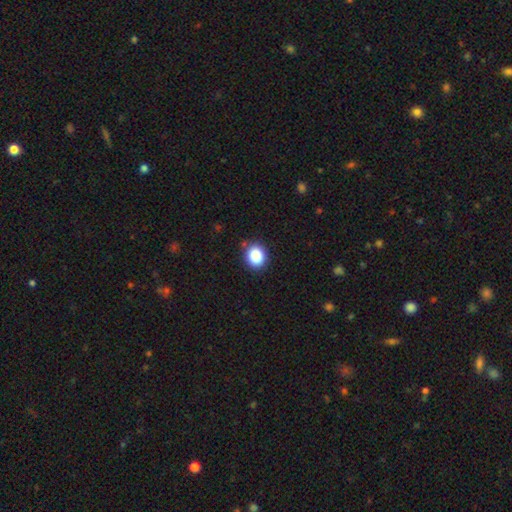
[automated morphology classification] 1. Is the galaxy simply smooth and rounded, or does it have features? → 87% smooth, 9% star or artifact, 3% featured or disk.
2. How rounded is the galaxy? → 65% round, 34% in between, 1% cigar-shaped.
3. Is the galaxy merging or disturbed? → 86% none, 10% minor disturbance, 2% major disturbance, 2% merger.